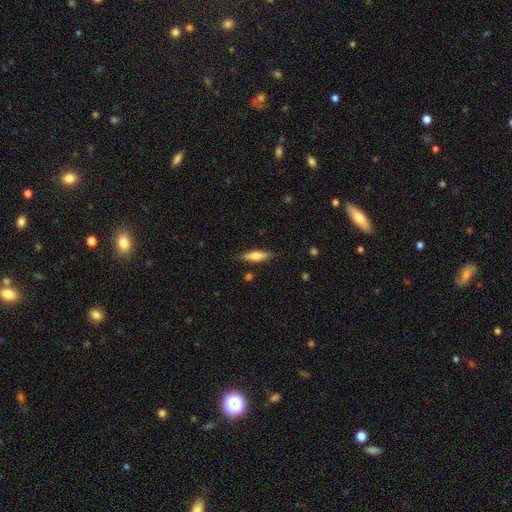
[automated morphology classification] A smooth galaxy with no disk features (56%) that is cigar-shaped (63%).

Vote fractions:
- Smooth or featured? smooth: 56% / featured or disk: 38% / star or artifact: 6%
- How rounded? cigar-shaped: 63% / in between: 34% / round: 2%
- Merging? none: 83% / minor disturbance: 12% / major disturbance: 3% / merger: 2%